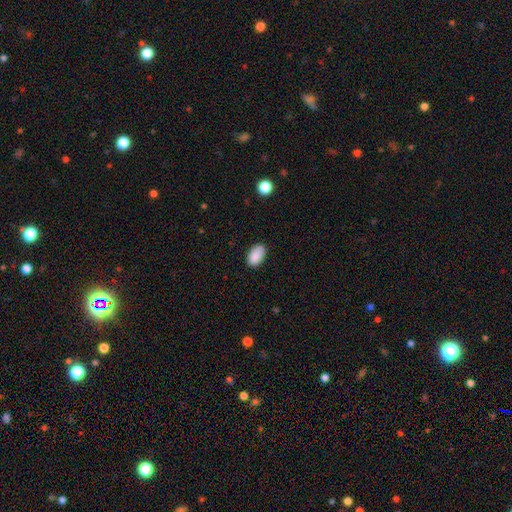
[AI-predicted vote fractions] smooth 89%, star or artifact 7%, featured or disk 4%. Down the decision tree: how rounded — in between (93%); merging — none (83%).